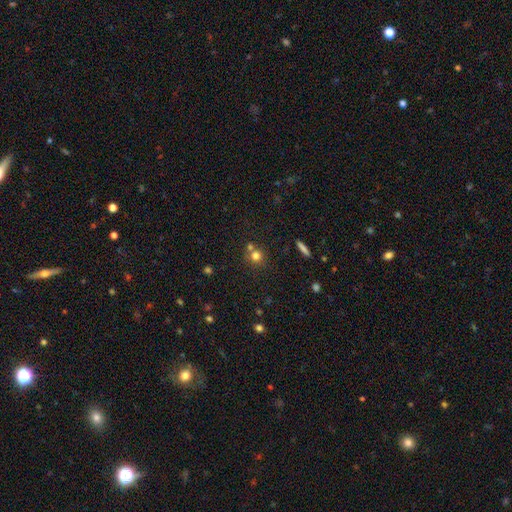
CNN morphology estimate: Smooth or featured? Predicted: smooth (p=0.73). How rounded? Predicted: round (p=0.89). Merging? Predicted: none (p=0.57).